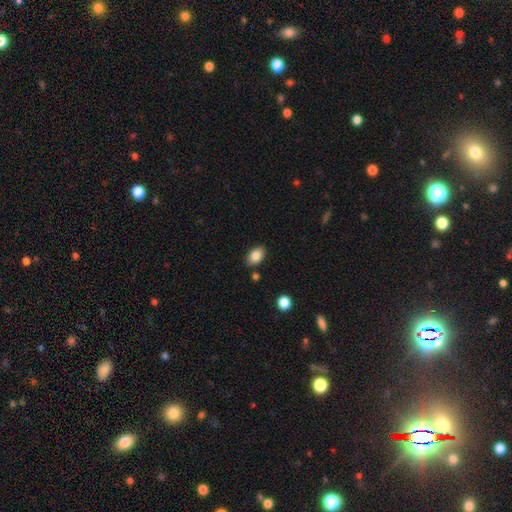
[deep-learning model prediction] smooth 84%, star or artifact 8%, featured or disk 8%. Down the decision tree: how rounded — in between (86%); merging — none (84%).